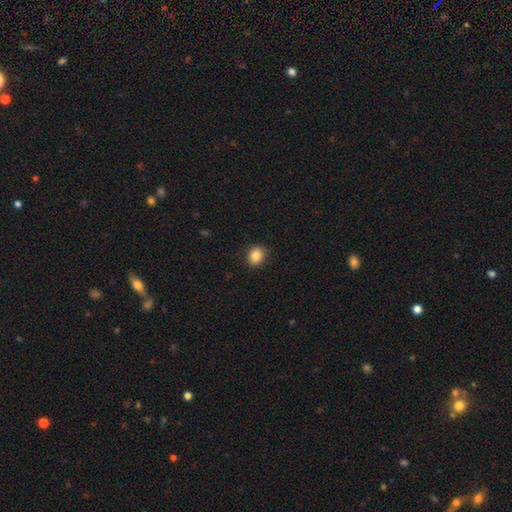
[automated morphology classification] Smooth or featured? Predicted: smooth (p=0.85). How rounded? Predicted: round (p=0.62). Merging? Predicted: none (p=0.90).